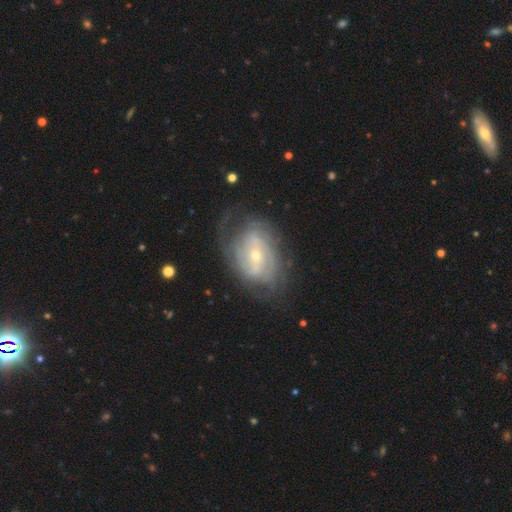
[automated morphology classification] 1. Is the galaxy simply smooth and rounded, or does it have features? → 82% featured or disk, 12% smooth, 6% star or artifact.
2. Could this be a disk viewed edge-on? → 96% no, 4% yes.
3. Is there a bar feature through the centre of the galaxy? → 50% no, 38% weak, 13% strong.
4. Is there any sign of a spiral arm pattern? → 89% yes, 11% no.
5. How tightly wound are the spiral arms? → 59% tight, 30% medium, 11% loose.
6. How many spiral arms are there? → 44% can't tell, 26% 2, 12% 3, 8% 4, 5% more than 4, 5% 1.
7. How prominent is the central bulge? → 65% small, 31% moderate, 2% large, 1% none, 1% dominant.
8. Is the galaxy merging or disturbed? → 66% none, 20% minor disturbance, 12% major disturbance, 2% merger.